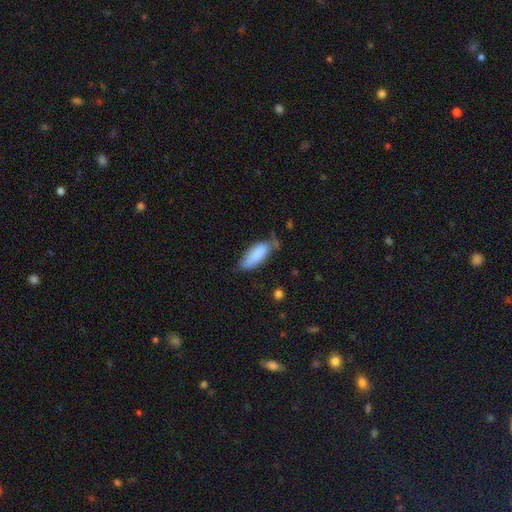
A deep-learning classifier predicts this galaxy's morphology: Q: Smooth or featured?
A: smooth (84%); runner-up: featured or disk (9%)
Q: How rounded?
A: in between (73%); runner-up: cigar-shaped (26%)
Q: Merging?
A: none (50%); runner-up: minor disturbance (35%)